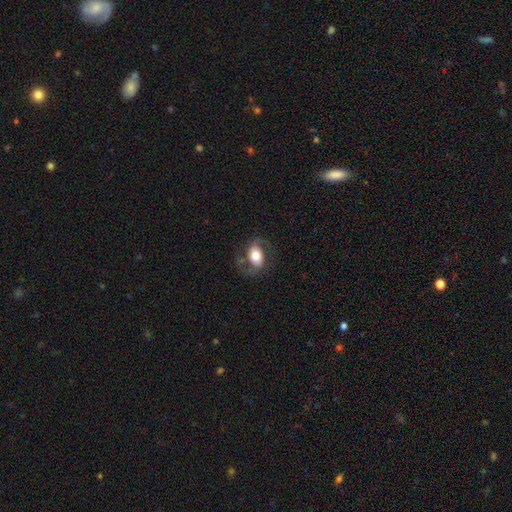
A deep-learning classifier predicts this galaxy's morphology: A featured or disk galaxy (57%) with no bar (52%), spiral arms (79%) and a moderate central bulge (44%). Merging: none (70%).